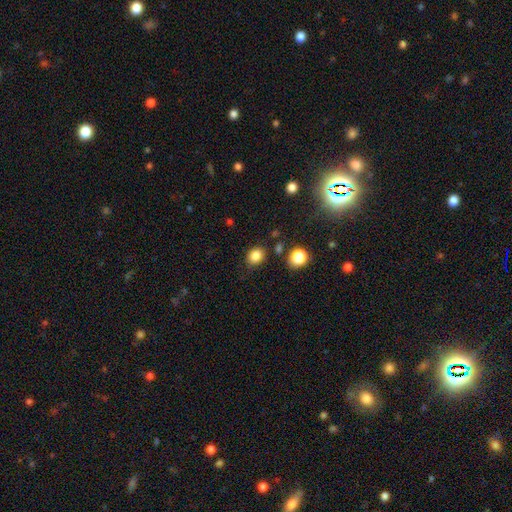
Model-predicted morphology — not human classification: The model was most divided on "how rounded": round: 54%, in between: 45%, cigar-shaped: 1%. More confident: smooth or featured — smooth (84%); merging — none (80%).